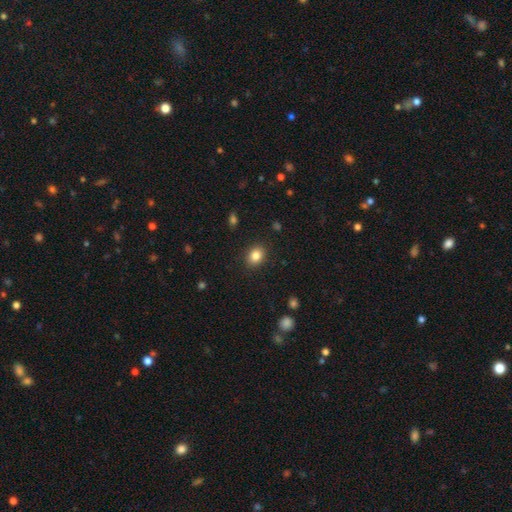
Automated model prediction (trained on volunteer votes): smooth 84%, star or artifact 10%, featured or disk 6%. Down the decision tree: how rounded — in between (51%); merging — none (88%).